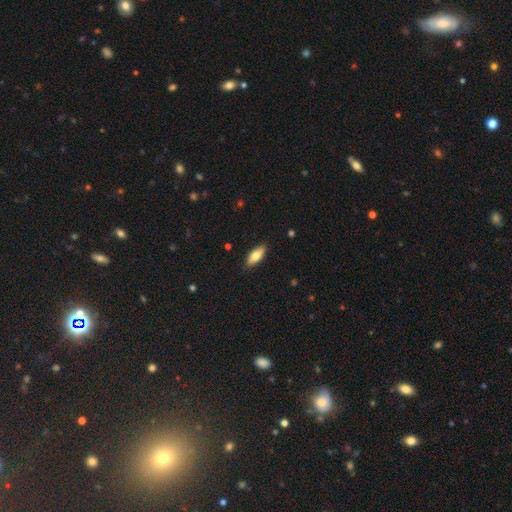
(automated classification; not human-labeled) smooth_or_featured: smooth (p=0.77) [alt: featured or disk p=0.17]
how_rounded: in between (p=0.77) [alt: cigar-shaped p=0.20]
merging: none (p=0.87) [alt: minor disturbance p=0.10]